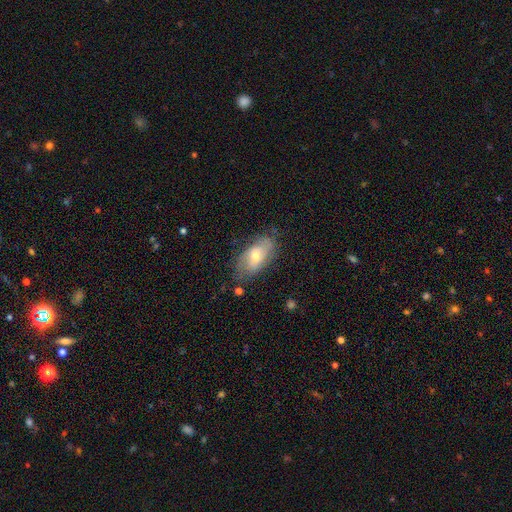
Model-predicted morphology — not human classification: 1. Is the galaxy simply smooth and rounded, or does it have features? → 49% smooth, 44% featured or disk, 7% star or artifact.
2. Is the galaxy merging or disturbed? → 68% none, 23% minor disturbance, 7% major disturbance, 2% merger.